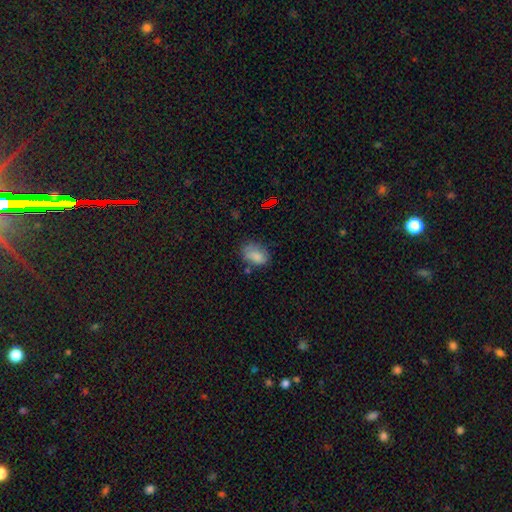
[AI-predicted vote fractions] This appears to be a smooth galaxy with no disk features (79%) that is in between round and cigar-shaped (82%). Merging: none (59%).